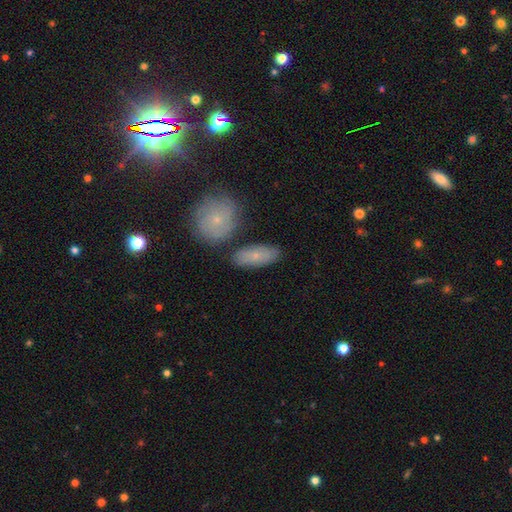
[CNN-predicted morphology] A smooth galaxy with no disk features (67%) that is in between round and cigar-shaped (83%). Merging: none (72%).